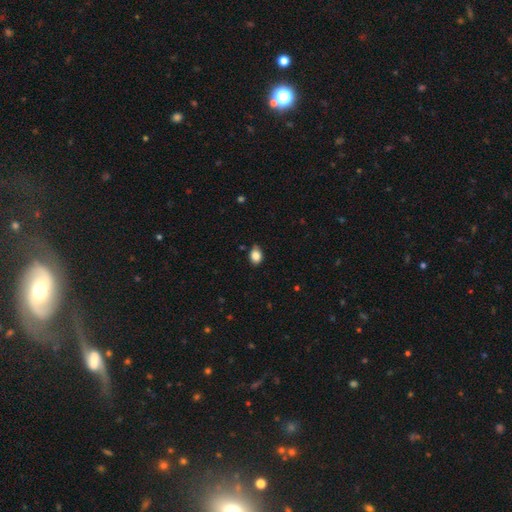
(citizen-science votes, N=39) smooth-or-featured: smooth: 92% | featured or disk: 5% | star or artifact: 3%
  how-rounded: in between: 67% | round: 33% | cigar-shaped: 0%
  merging: none: 55% | minor disturbance: 42% | merger: 3% | major disturbance: 0%